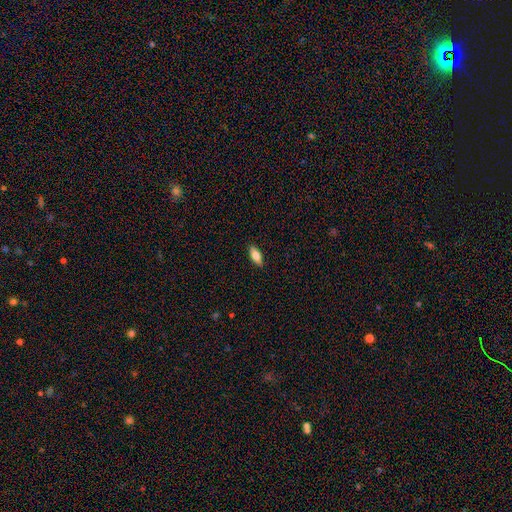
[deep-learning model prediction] This is likely a smooth galaxy (75%). How rounded: likely in between (79%). Merging: clearly none (89%).